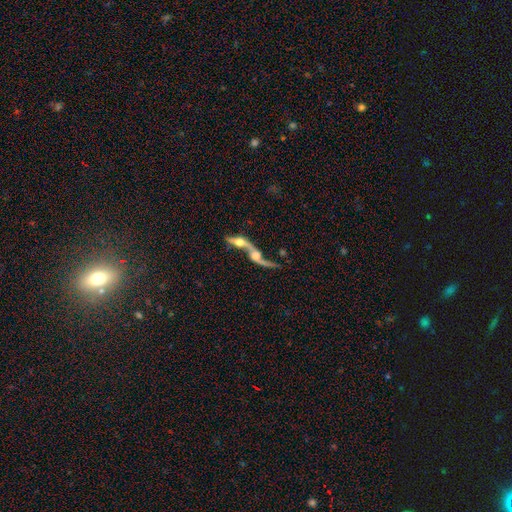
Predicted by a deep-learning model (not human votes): The model was most divided on "bulge size": moderate: 44%, small: 22%, none: 16%, large: 15%, dominant: 3%. More confident: edge-on disk — no (76%); spiral arms — yes (73%); smooth or featured — featured or disk (73%); merging — merger (71%); bar — no (68%).